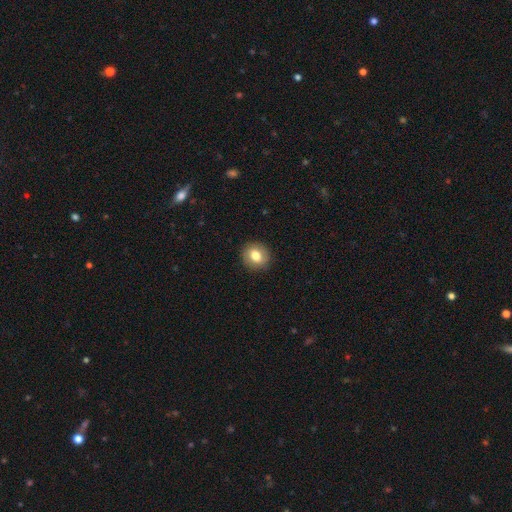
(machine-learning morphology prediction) Smooth or featured: smooth — 77% (featured or disk — 14%)
How rounded: round — 80% (in between — 19%)
Merging: none — 90% (minor disturbance — 7%)